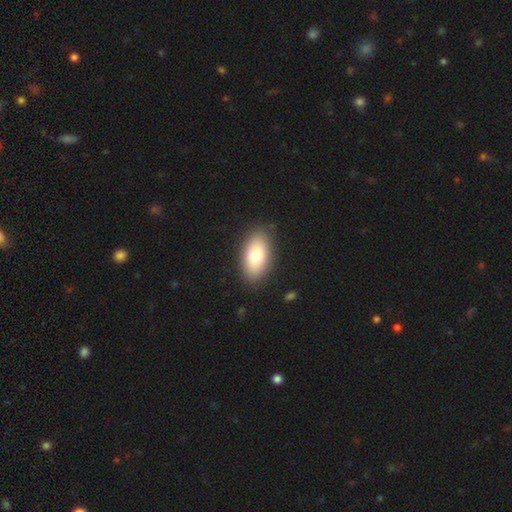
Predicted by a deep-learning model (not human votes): smooth_or_featured: smooth (p=0.77) [alt: featured or disk p=0.16]
how_rounded: in between (p=0.92) [alt: round p=0.04]
merging: none (p=0.87) [alt: minor disturbance p=0.09]